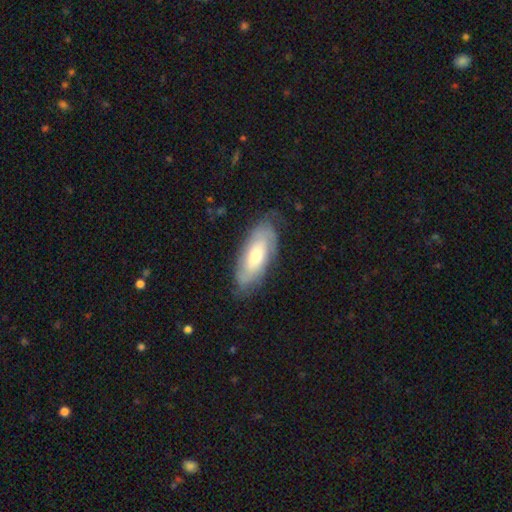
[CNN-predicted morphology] This appears to be a featured or disk galaxy (51%). Merging: none (73%).